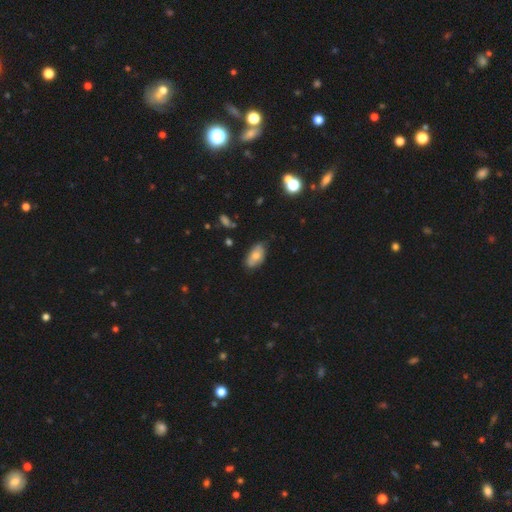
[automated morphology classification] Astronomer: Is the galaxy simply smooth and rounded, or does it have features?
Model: smooth — 69%.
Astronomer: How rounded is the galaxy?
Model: in between — 92%.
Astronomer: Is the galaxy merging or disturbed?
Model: none — 70%.